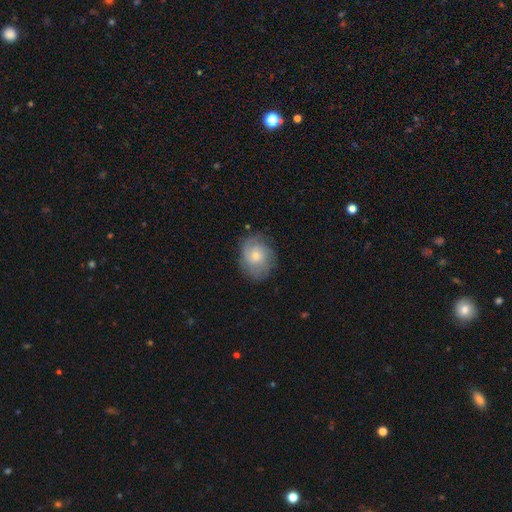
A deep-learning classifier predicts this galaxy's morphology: Smooth or featured? smooth (49%)
Merging? none (73%)